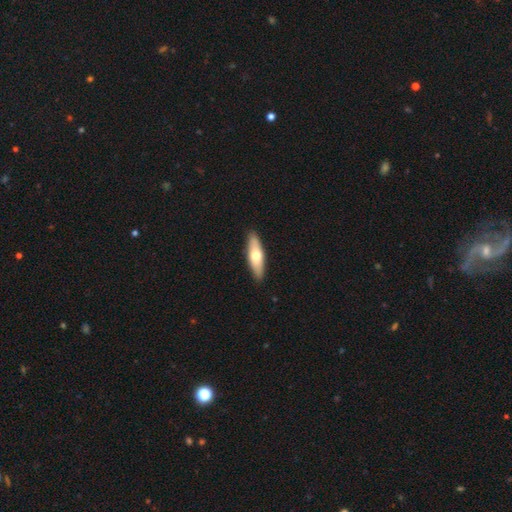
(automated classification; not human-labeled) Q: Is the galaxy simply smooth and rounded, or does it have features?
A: smooth — 58%.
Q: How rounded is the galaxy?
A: cigar-shaped — 53%.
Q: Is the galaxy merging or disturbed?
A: none — 89%.